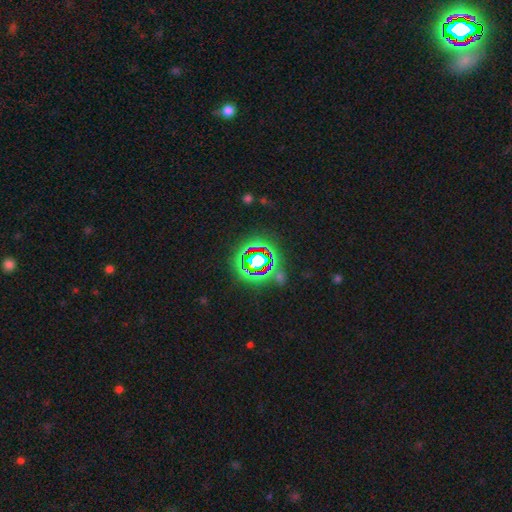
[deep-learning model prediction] Q: Smooth or featured?
A: star or artifact (77%); runner-up: smooth (13%)